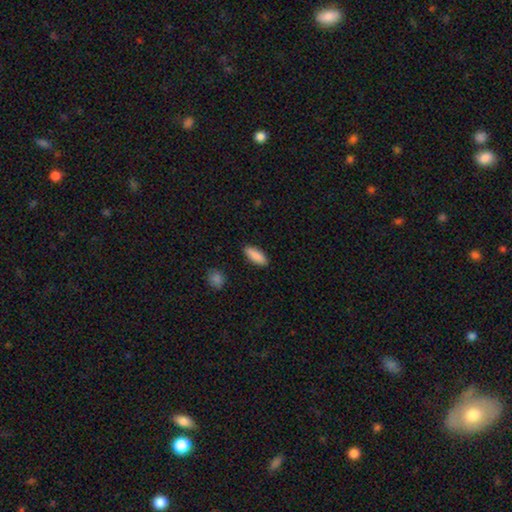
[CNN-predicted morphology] Smooth or featured: smooth — 88% (star or artifact — 6%)
How rounded: in between — 68% (cigar-shaped — 31%)
Merging: none — 89% (minor disturbance — 8%)